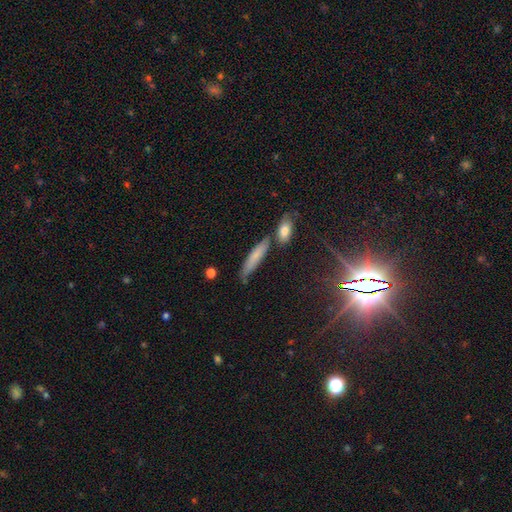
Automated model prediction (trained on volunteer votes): smooth 65%, featured or disk 23%, star or artifact 11%. Down the decision tree: how rounded — cigar-shaped (83%); merging — none (64%).